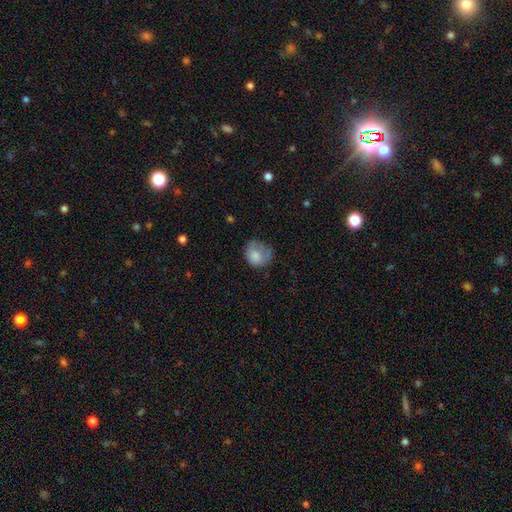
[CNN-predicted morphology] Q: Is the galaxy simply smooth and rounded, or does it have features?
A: smooth — 75%.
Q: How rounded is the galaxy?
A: round — 71%.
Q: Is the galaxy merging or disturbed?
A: none — 43%.